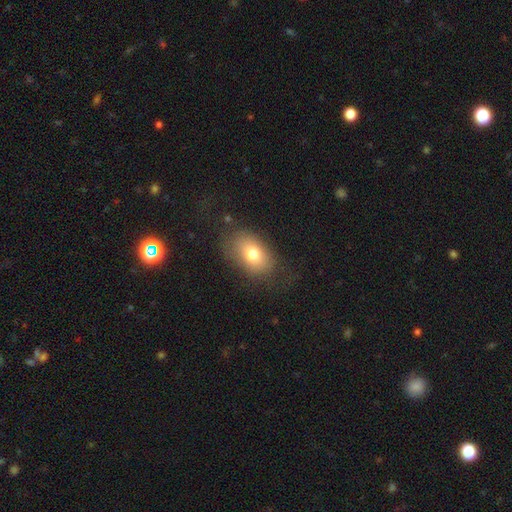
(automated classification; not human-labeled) smooth_or_featured: smooth (p=0.70) [alt: featured or disk p=0.16]
how_rounded: in between (p=0.80) [alt: round p=0.19]
merging: none (p=0.71) [alt: minor disturbance p=0.18]